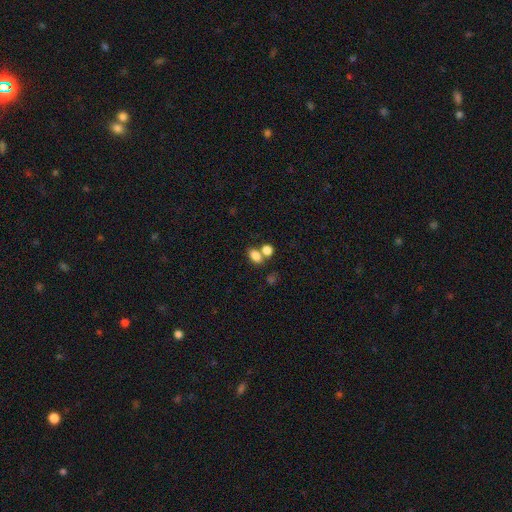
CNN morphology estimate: Overall: smooth (80%). How rounded: in between (80%). Merging: none (49%; merger 36%).